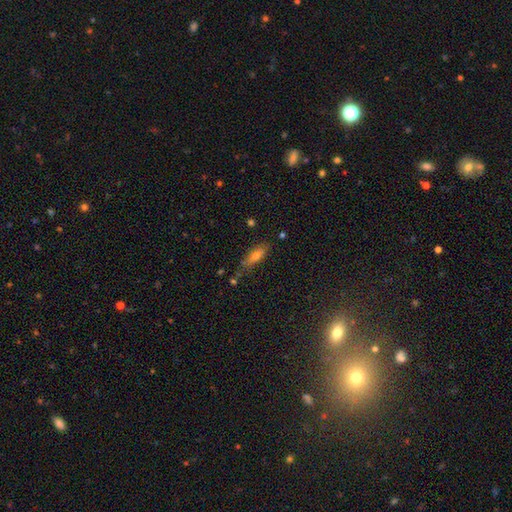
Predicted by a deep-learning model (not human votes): smooth 63%, featured or disk 26%, star or artifact 11%. Down the decision tree: how rounded — in between (54%); merging — none (69%).